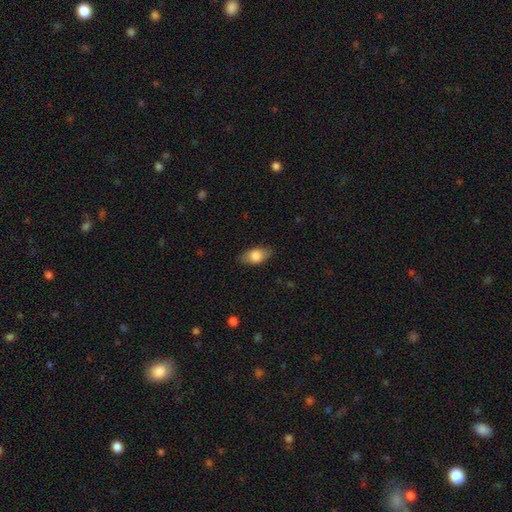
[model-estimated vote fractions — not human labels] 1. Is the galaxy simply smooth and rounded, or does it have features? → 78% smooth, 15% featured or disk, 7% star or artifact.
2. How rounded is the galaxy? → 88% in between, 7% round, 5% cigar-shaped.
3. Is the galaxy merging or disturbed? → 82% none, 13% minor disturbance, 3% major disturbance, 1% merger.